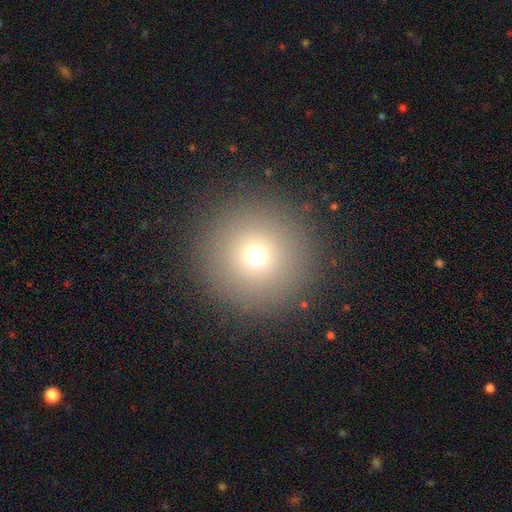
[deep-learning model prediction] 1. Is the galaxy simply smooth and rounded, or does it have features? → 69% smooth, 20% star or artifact, 11% featured or disk.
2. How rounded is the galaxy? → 96% round, 3% in between, 1% cigar-shaped.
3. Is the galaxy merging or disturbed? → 90% none, 5% minor disturbance, 4% major disturbance, 1% merger.